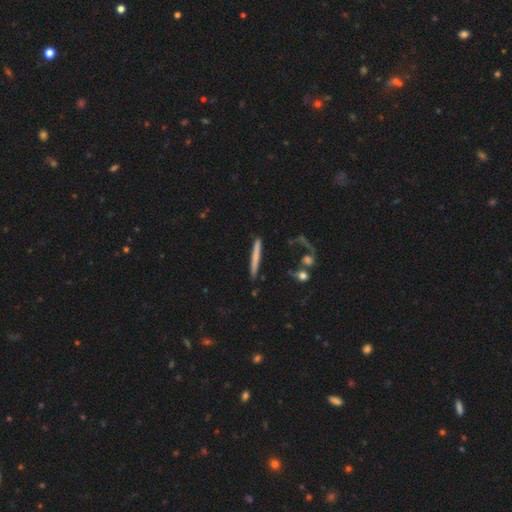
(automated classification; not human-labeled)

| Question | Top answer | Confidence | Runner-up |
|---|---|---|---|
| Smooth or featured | smooth | 60% | featured or disk (34%) |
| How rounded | cigar-shaped | 95% | in between (3%) |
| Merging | none | 85% | minor disturbance (9%) |